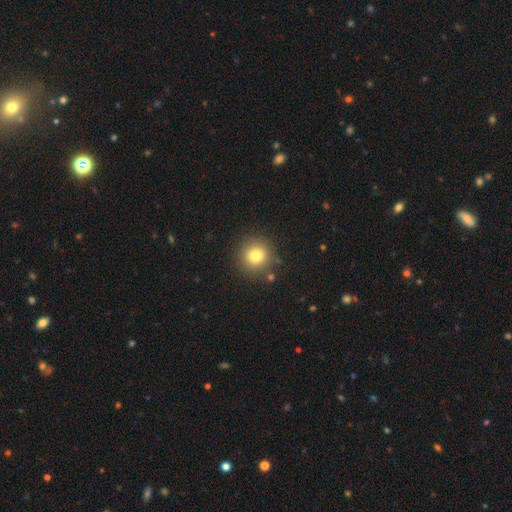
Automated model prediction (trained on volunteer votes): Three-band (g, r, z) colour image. It shows a smooth galaxy with no disk features (80%) that is round (93%). Merging: none (86%).